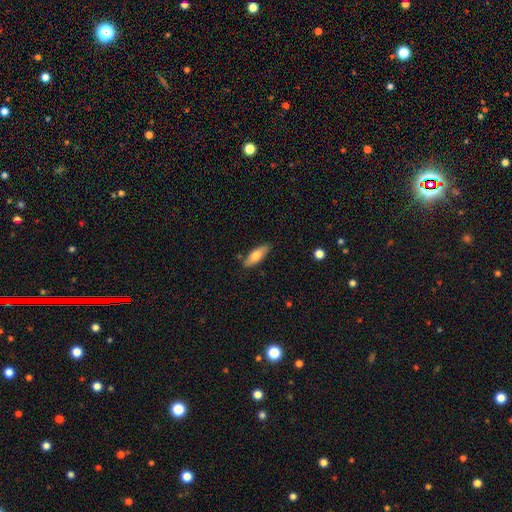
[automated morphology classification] A smooth galaxy with no disk features (68%) that is in between round and cigar-shaped (58%). Merging: none (81%).